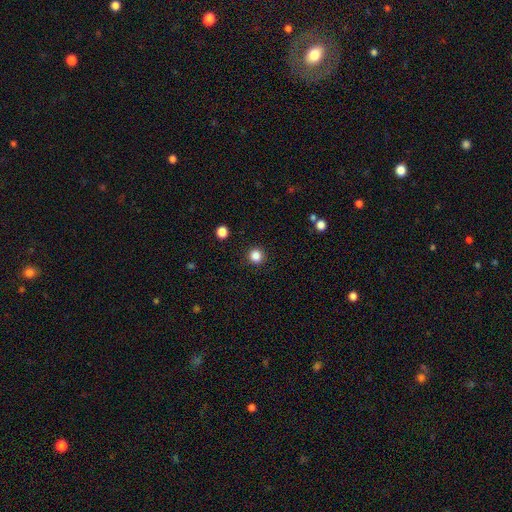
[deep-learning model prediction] Overall: smooth (85%). How rounded: round (95%). Merging: none (92%).